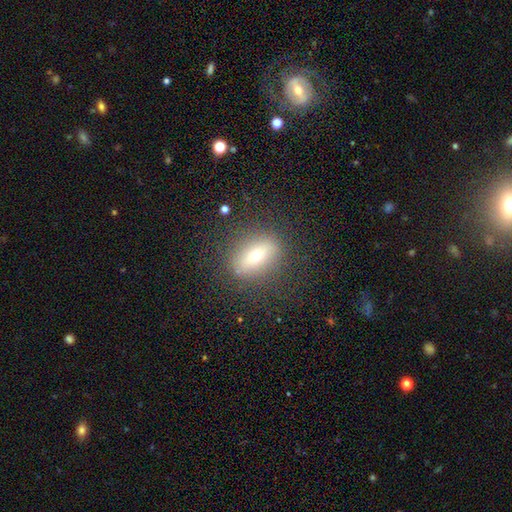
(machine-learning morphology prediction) smooth_or_featured: smooth (p=0.56) [alt: featured or disk p=0.33]
how_rounded: in between (p=0.67) [alt: round p=0.19]
merging: none (p=0.83) [alt: minor disturbance p=0.11]